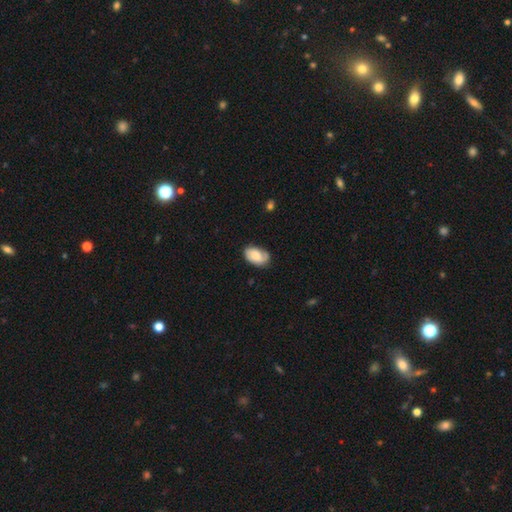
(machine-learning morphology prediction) smooth_or_featured: smooth (p=0.53) [alt: featured or disk p=0.40]
how_rounded: in between (p=0.90) [alt: round p=0.09]
merging: none (p=0.66) [alt: minor disturbance p=0.25]